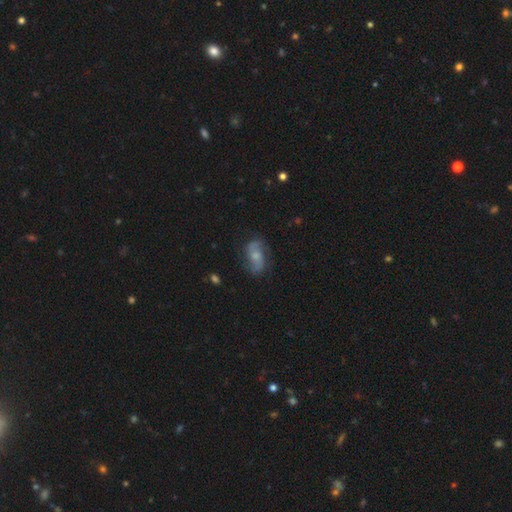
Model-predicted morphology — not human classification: Smooth or featured?
  - featured or disk: 63% *
  - smooth: 29%
  - star or artifact: 8%
Edge-on disk?
  - no: 95% *
  - yes: 5%
Bar?
  - no: 59% *
  - weak: 33%
  - strong: 8%
Spiral arms?
  - yes: 88% *
  - no: 12%
Spiral winding?
  - loose: 56% *
  - medium: 32%
  - tight: 12%
Spiral arm count?
  - 2: 87% *
  - can't tell: 7%
  - 1: 2%
  - 3: 1%
  - 4: 1%
  - more than 4: 1%
Bulge size?
  - moderate: 42% *
  - small: 38%
  - none: 12%
  - large: 7%
  - dominant: 1%
Merging?
  - none: 72% *
  - minor disturbance: 19%
  - major disturbance: 8%
  - merger: 2%